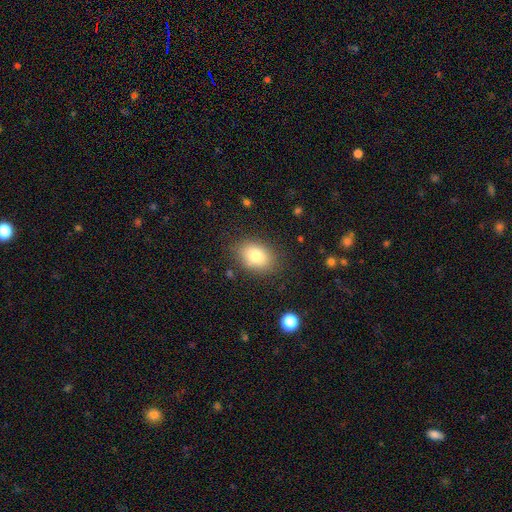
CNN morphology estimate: Smooth or featured? smooth (80%)
How rounded? in between (77%)
Merging? none (83%)